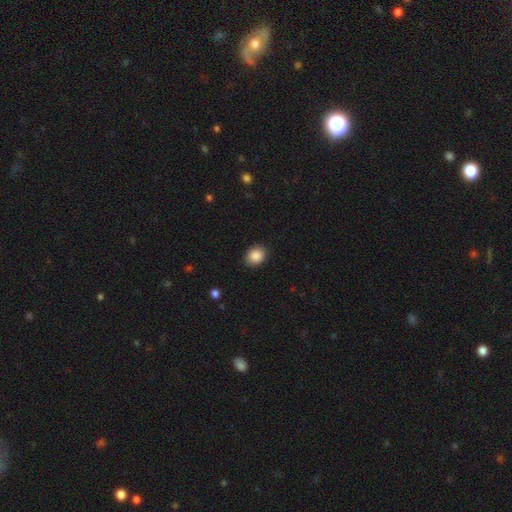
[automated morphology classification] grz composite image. It shows a smooth galaxy with no disk features (88%) that is round (60%). Merging: none (88%).